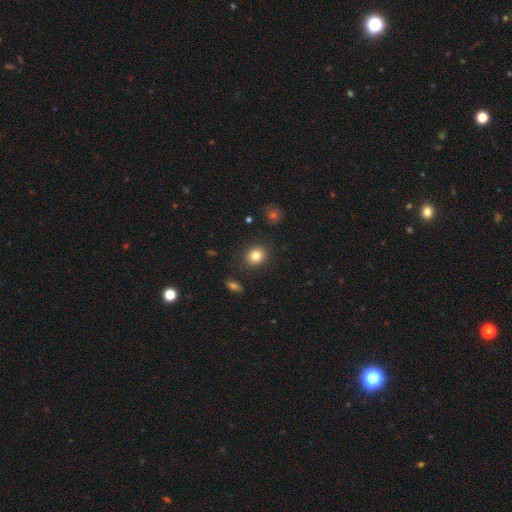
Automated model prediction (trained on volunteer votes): Smooth or featured?
  - smooth: 82% *
  - star or artifact: 11%
  - featured or disk: 7%
How rounded?
  - round: 68% *
  - in between: 31%
  - cigar-shaped: 1%
Merging?
  - none: 87% *
  - minor disturbance: 8%
  - major disturbance: 3%
  - merger: 2%